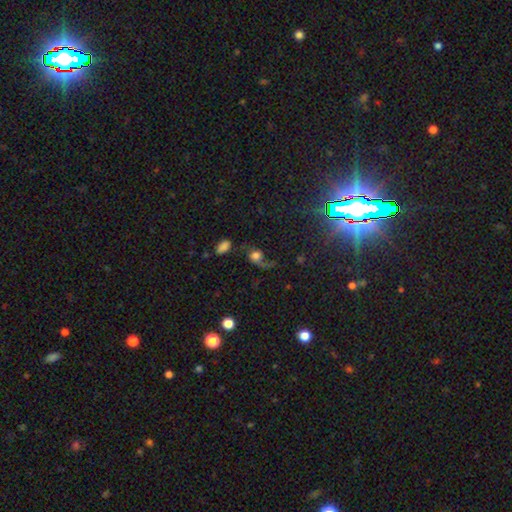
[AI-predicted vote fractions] smooth 43%, featured or disk 42%, star or artifact 14%. Down the decision tree: merging — major disturbance (46%).